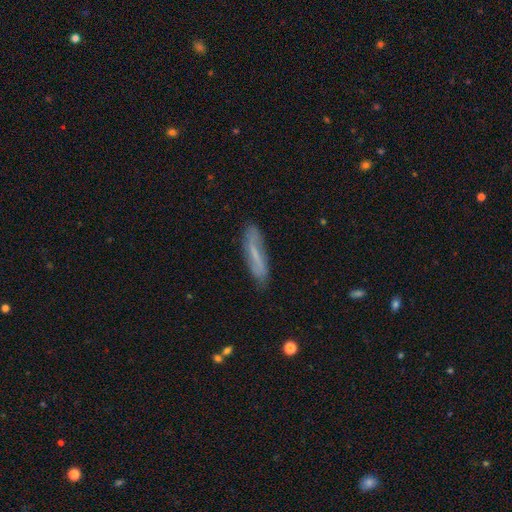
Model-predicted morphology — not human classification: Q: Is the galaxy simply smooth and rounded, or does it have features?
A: smooth — 46%, tied with featured or disk.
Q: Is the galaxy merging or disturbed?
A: none — 78%.